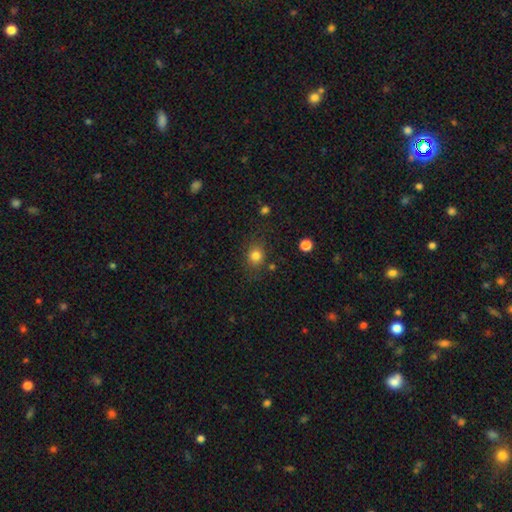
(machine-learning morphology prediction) A smooth galaxy with no disk features (81%) that is round (73%). Merging: none (79%).